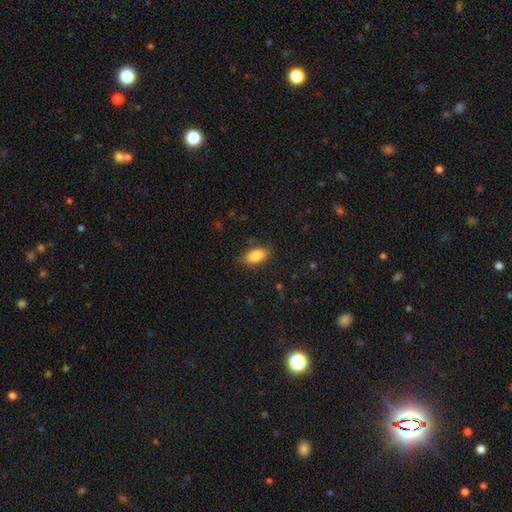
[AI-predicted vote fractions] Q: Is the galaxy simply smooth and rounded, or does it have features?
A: smooth — 87%.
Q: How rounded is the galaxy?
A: in between — 92%.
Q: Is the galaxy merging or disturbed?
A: none — 84%.